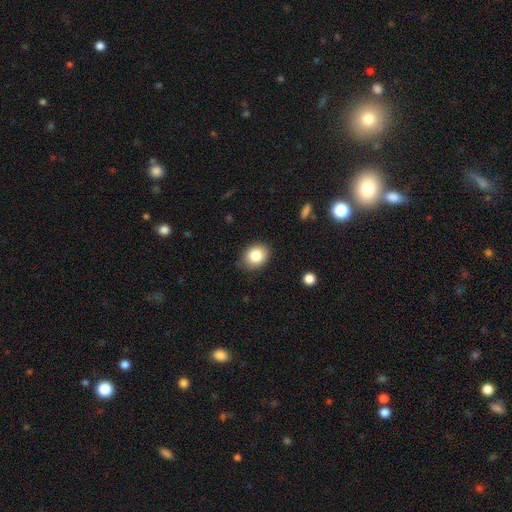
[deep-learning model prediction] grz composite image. It shows a smooth galaxy with no disk features (83%) that is in between round and cigar-shaped (52%). Merging: none (84%).